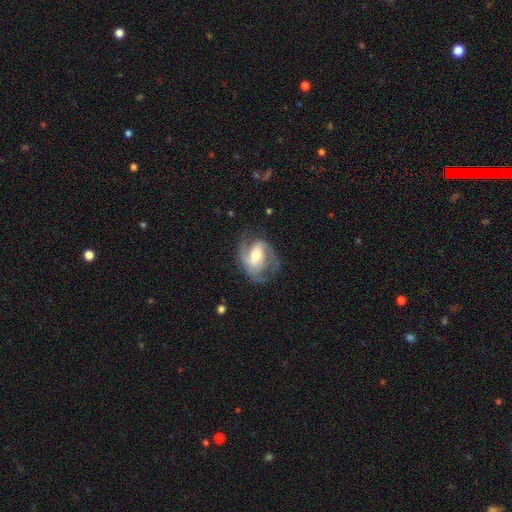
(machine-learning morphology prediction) A featured or disk galaxy (82%) with a weak bar (43%), 2 (65%) medium (52%) spiral arms (95%) and a moderate central bulge (59%).

Vote fractions:
- Smooth or featured? featured or disk: 82% / smooth: 12% / star or artifact: 5%
- Edge-on disk? no: 97% / yes: 3%
- Bar? weak: 43% / no: 35% / strong: 22%
- Spiral arms? yes: 95% / no: 5%
- Spiral winding? medium: 52% / loose: 25% / tight: 23%
- Spiral arm count? 2: 65% / 3: 17% / can't tell: 9% / 1: 5% / 4: 2% / more than 4: 2%
- Bulge size? moderate: 59% / small: 25% / large: 12% / none: 2% / dominant: 1%
- Merging? none: 64% / minor disturbance: 20% / major disturbance: 15% / merger: 2%